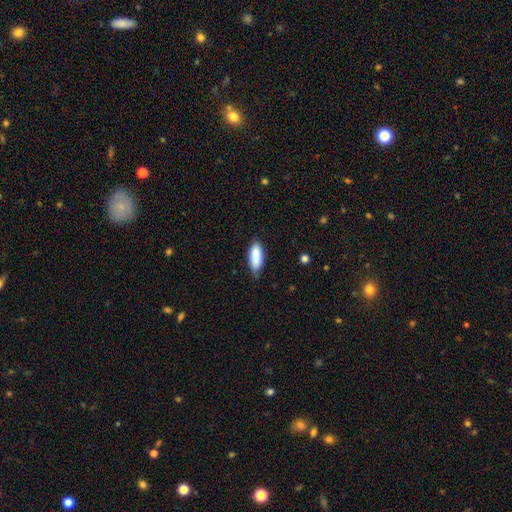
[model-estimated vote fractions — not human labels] Smooth or featured? smooth (85%)
How rounded? in between (80%)
Merging? none (67%)